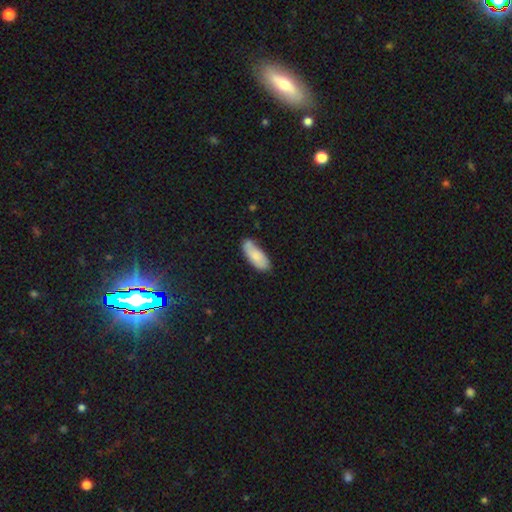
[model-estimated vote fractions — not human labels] Morphology: type=smooth (80%); roundness=in between (77%); merging=none (68%).